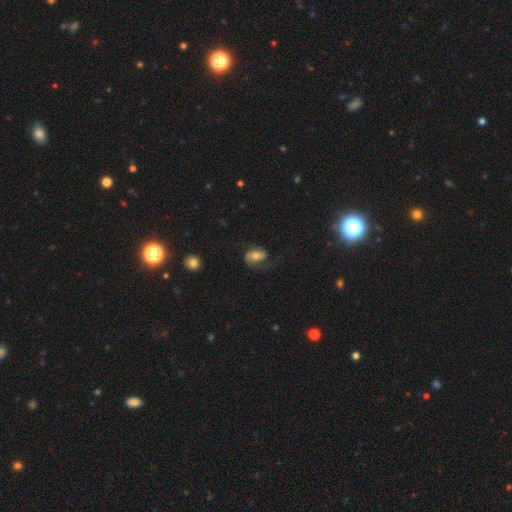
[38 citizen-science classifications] Smooth or featured? smooth (50%)
How rounded? in between (63%)
Merging? none (51%)